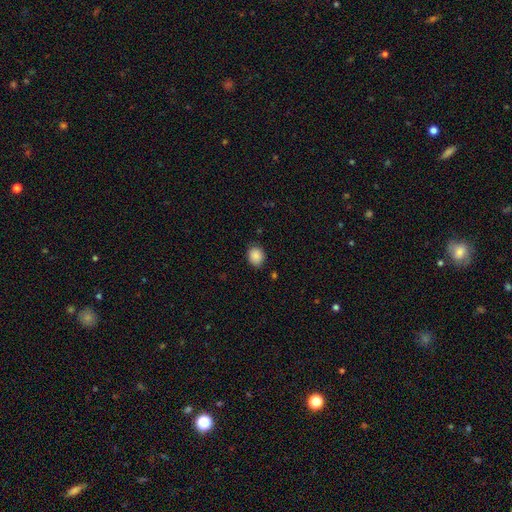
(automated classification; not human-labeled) Smooth or featured?
  - smooth: 88% *
  - star or artifact: 8%
  - featured or disk: 3%
How rounded?
  - round: 56% *
  - in between: 43%
  - cigar-shaped: 1%
Merging?
  - none: 81% *
  - minor disturbance: 14%
  - major disturbance: 3%
  - merger: 1%